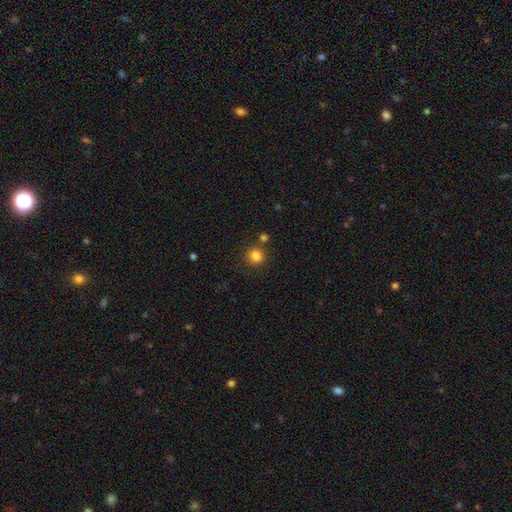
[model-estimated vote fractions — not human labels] A smooth galaxy with no disk features (83%) that is round (91%).

Vote fractions:
- Smooth or featured? smooth: 83% / star or artifact: 12% / featured or disk: 4%
- How rounded? round: 91% / in between: 8% / cigar-shaped: 1%
- Merging? none: 81% / merger: 8% / minor disturbance: 8% / major disturbance: 3%